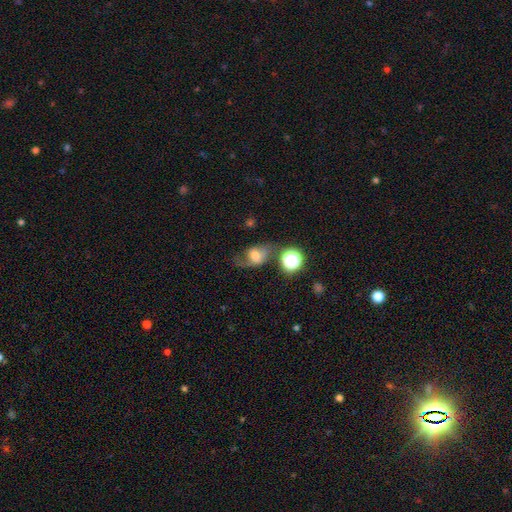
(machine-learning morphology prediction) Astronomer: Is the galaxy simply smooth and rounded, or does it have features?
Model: smooth — 48% (runner-up: featured or disk, 38%).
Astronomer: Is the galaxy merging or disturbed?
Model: none — 39% (runner-up: major disturbance, 27%).